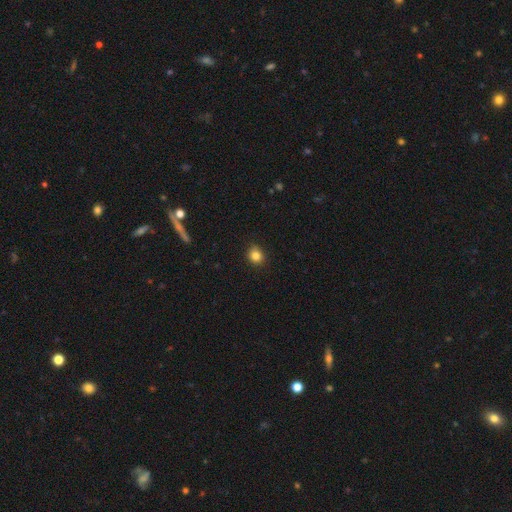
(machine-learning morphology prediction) The model was most divided on "how rounded": round: 79%, in between: 20%, cigar-shaped: 1%. More confident: merging — none (88%); smooth or featured — smooth (84%).